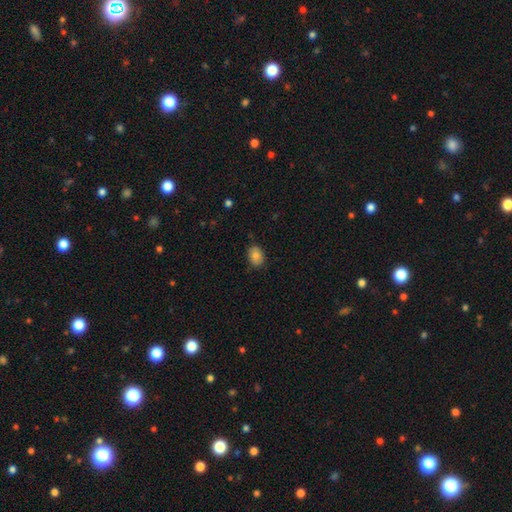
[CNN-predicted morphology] Overall: smooth (80%). How rounded: in between (67%; round 32%). Merging: none (82%).